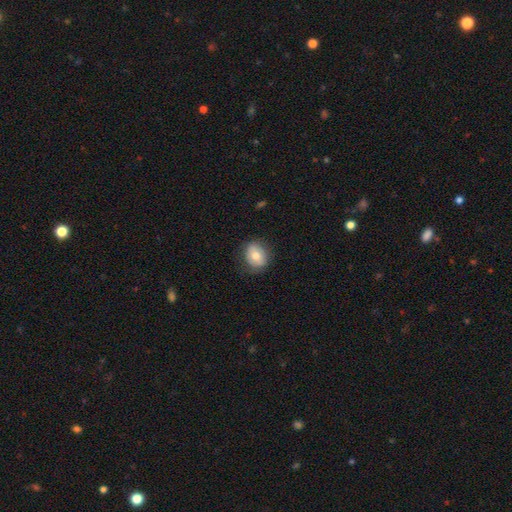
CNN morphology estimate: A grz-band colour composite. It shows a smooth galaxy with no disk features (71%) that is round (62%). Merging: none (76%).